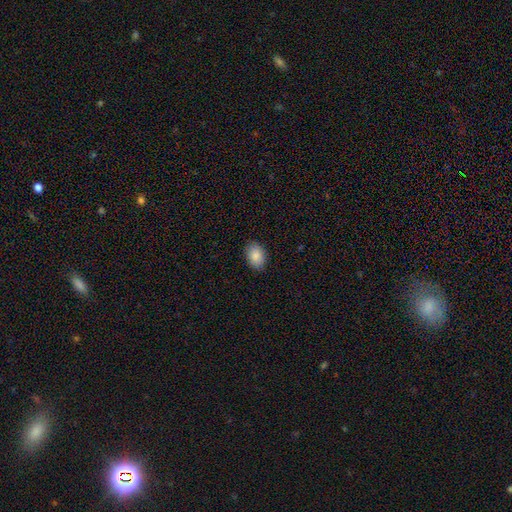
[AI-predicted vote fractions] This is clearly a smooth galaxy (89%). How rounded: clearly in between (84%). Merging: clearly none (88%).